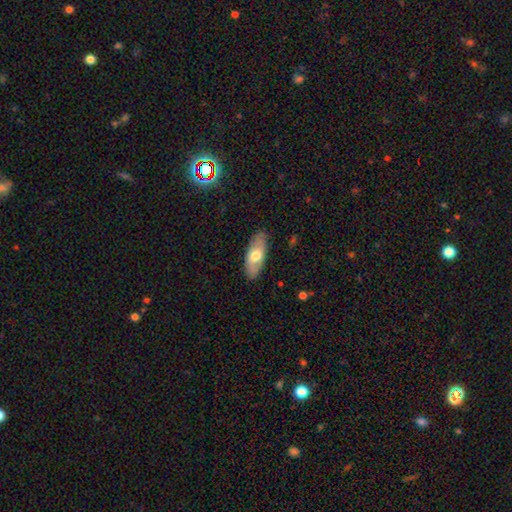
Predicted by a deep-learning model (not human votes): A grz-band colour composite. It shows a smooth galaxy with no disk features (63%) that is in between round and cigar-shaped (82%). Merging: none (86%).